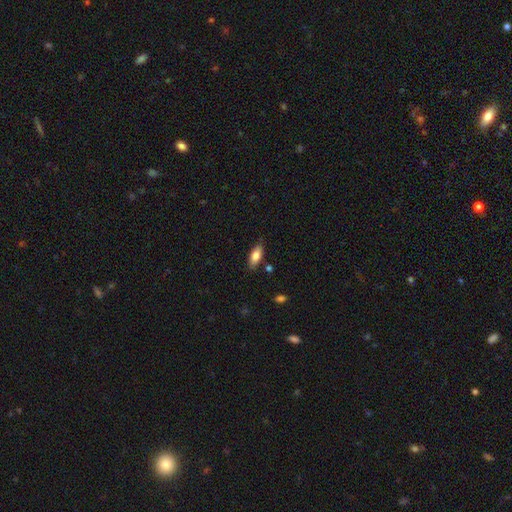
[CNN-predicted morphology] smooth-or-featured: smooth: 79% | featured or disk: 14% | star or artifact: 7%
  how-rounded: in between: 81% | cigar-shaped: 16% | round: 2%
  merging: none: 83% | minor disturbance: 12% | merger: 3% | major disturbance: 2%